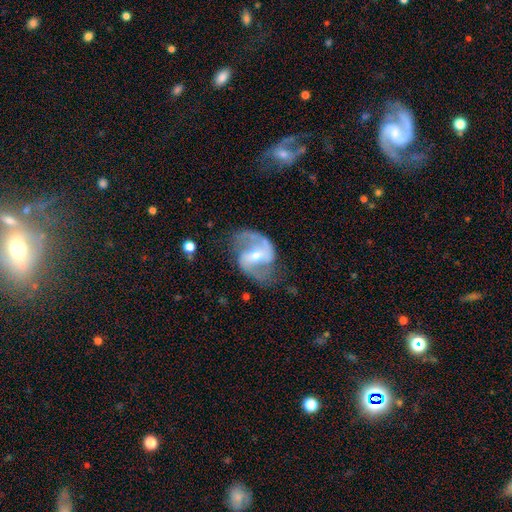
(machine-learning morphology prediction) The model was most divided on "bar": weak: 44%, strong: 34%, no: 22%. More confident: edge-on disk — no (98%); spiral arms — yes (97%); spiral arm count — 2 (93%); smooth or featured — featured or disk (90%); merging — none (74%); bulge size — moderate (59%); spiral winding — medium (52%).